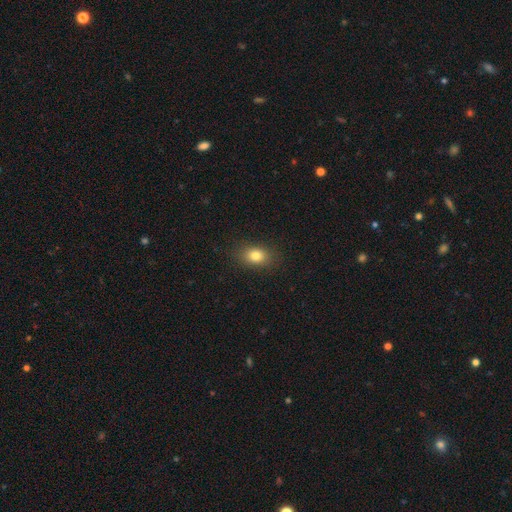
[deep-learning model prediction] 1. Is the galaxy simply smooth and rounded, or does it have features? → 81% smooth, 11% star or artifact, 8% featured or disk.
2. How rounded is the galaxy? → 67% in between, 31% round, 2% cigar-shaped.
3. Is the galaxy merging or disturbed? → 86% none, 10% minor disturbance, 3% major disturbance, 1% merger.